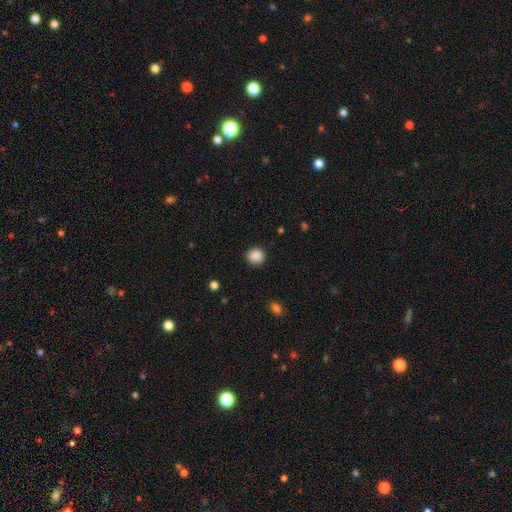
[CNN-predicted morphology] A smooth galaxy with no disk features (88%) that is round (91%).

Vote fractions:
- Smooth or featured? smooth: 88% / star or artifact: 10% / featured or disk: 2%
- How rounded? round: 91% / in between: 8% / cigar-shaped: 1%
- Merging? none: 91% / minor disturbance: 6% / major disturbance: 2% / merger: 1%